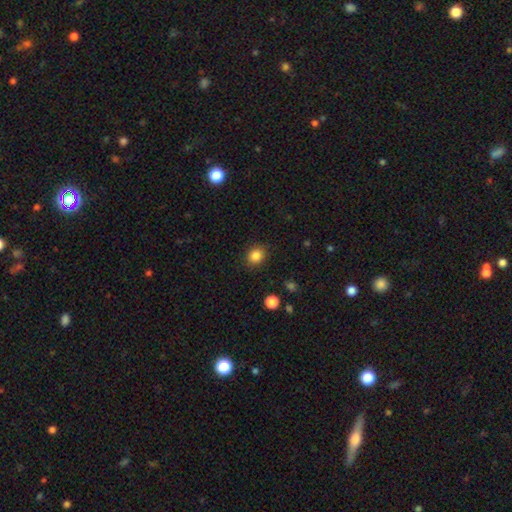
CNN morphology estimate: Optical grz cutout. It shows a smooth galaxy with no disk features (85%) that is round (70%). Merging: none (87%).